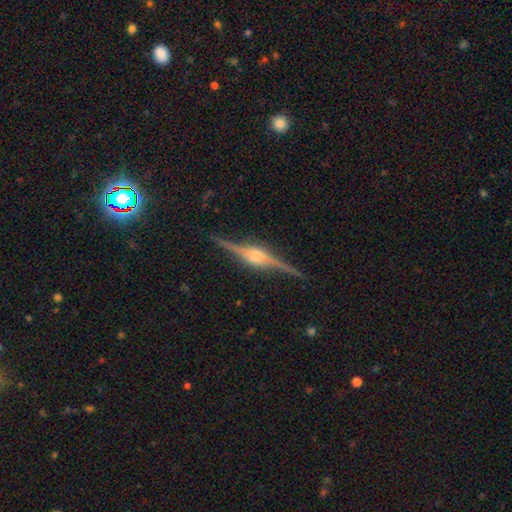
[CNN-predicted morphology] A featured or disk galaxy (89%) viewed edge-on (98%) with a rounded central bulge (83%). Merging: none (88%).